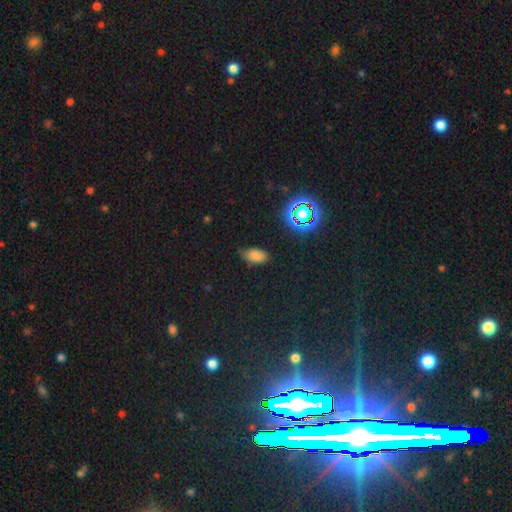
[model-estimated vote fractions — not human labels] The model was most divided on "merging": none: 71%, minor disturbance: 23%, major disturbance: 5%, merger: 2%. More confident: how rounded — in between (91%); smooth or featured — smooth (71%).